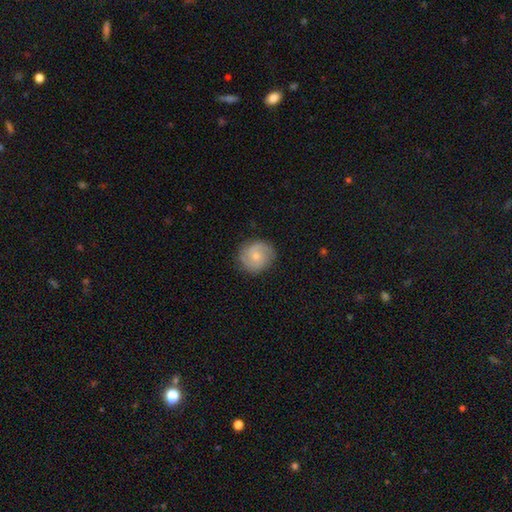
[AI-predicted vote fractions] Smooth or featured? Predicted: featured or disk (p=0.60). Edge-on disk? Predicted: no (p=0.98). Bar? Predicted: no (p=0.72). Spiral arms? Predicted: yes (p=0.90). Spiral winding? Predicted: tight (p=0.46). Spiral arm count? Predicted: 2 (p=0.68). Bulge size? Predicted: small (p=0.60). Merging? Predicted: none (p=0.83).